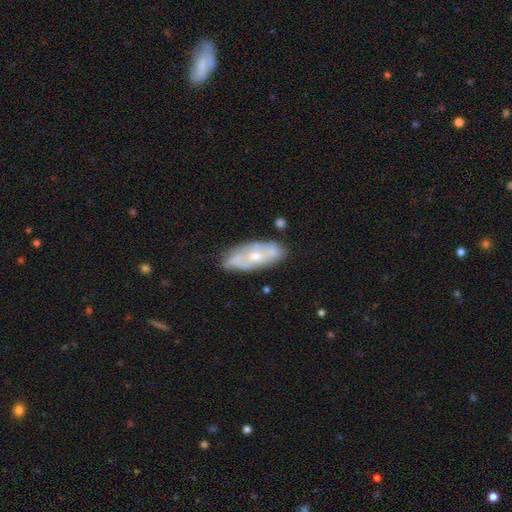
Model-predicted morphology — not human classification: A featured or disk galaxy (65%) with no bar (75%), spiral arms (54%) and a moderate central bulge (57%).

Vote fractions:
- Smooth or featured? featured or disk: 65% / smooth: 28% / star or artifact: 6%
- Edge-on disk? no: 85% / yes: 15%
- Bar? no: 75% / weak: 20% / strong: 6%
- Spiral arms? yes: 54% / no: 46%
- Bulge size? moderate: 57% / small: 39% / large: 2% / none: 1% / dominant: 1%
- Merging? none: 70% / minor disturbance: 20% / merger: 5% / major disturbance: 5%